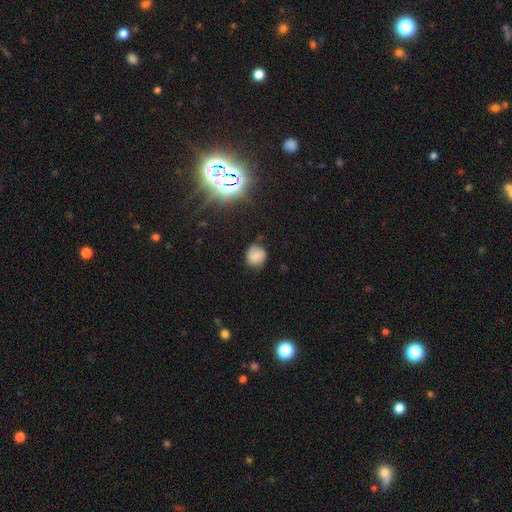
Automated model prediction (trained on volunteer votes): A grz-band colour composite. It shows a smooth galaxy with no disk features (68%) that is round (77%). Merging: none (70%).